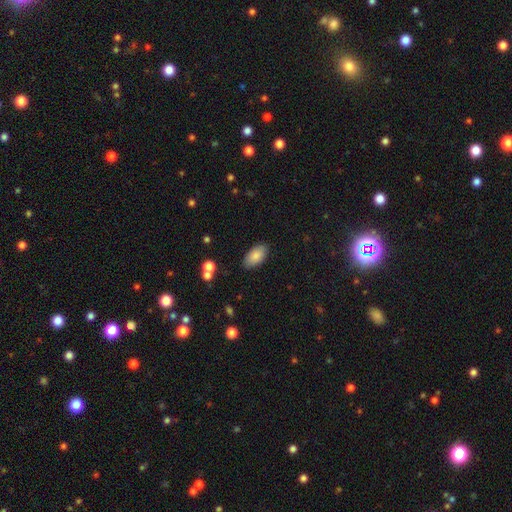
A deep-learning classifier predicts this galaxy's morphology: Smooth or featured?
  - smooth: 85% *
  - featured or disk: 8%
  - star or artifact: 7%
How rounded?
  - in between: 94% *
  - cigar-shaped: 3%
  - round: 3%
Merging?
  - none: 86% *
  - minor disturbance: 10%
  - major disturbance: 2%
  - merger: 2%